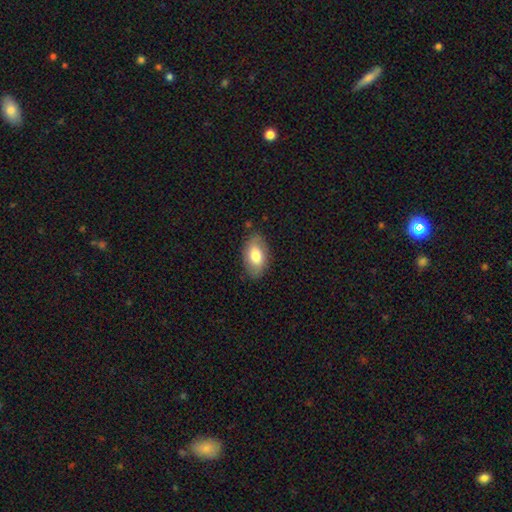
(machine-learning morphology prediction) Smooth or featured? Predicted: smooth (p=0.71). How rounded? Predicted: in between (p=0.93). Merging? Predicted: none (p=0.80).